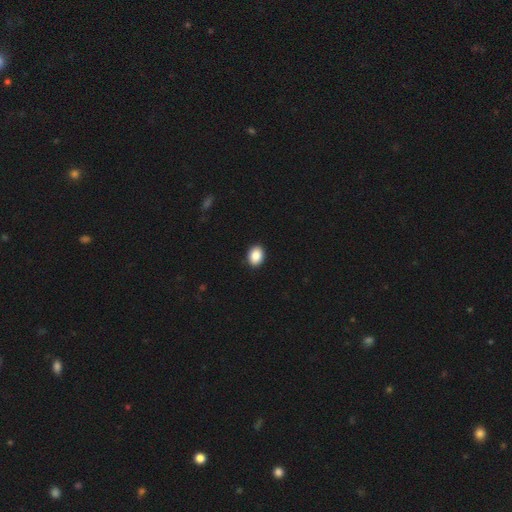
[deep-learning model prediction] This appears to be a smooth galaxy with no disk features (89%) that is in between round and cigar-shaped (72%). Merging: none (92%).